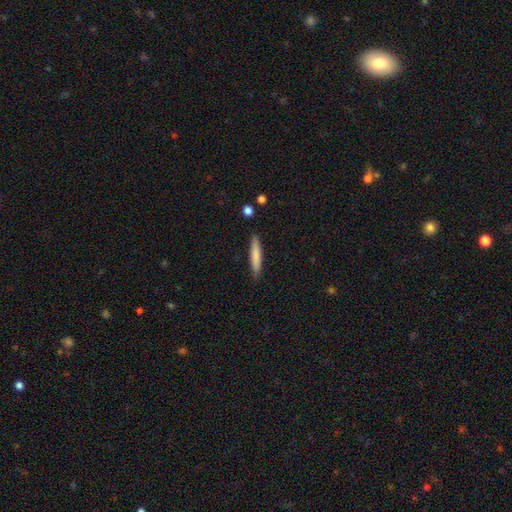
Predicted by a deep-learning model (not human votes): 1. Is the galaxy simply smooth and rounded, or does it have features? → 79% smooth, 16% featured or disk, 6% star or artifact.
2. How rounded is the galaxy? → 90% cigar-shaped, 8% in between, 1% round.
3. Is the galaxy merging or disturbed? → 88% none, 9% minor disturbance, 2% major disturbance, 1% merger.